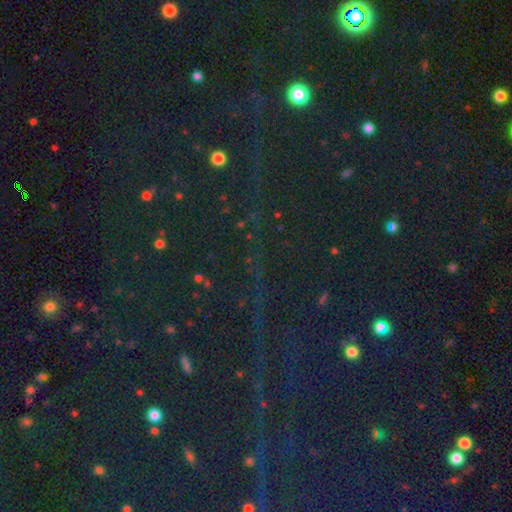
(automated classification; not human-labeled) A star or artifact, not a galaxy (80%).